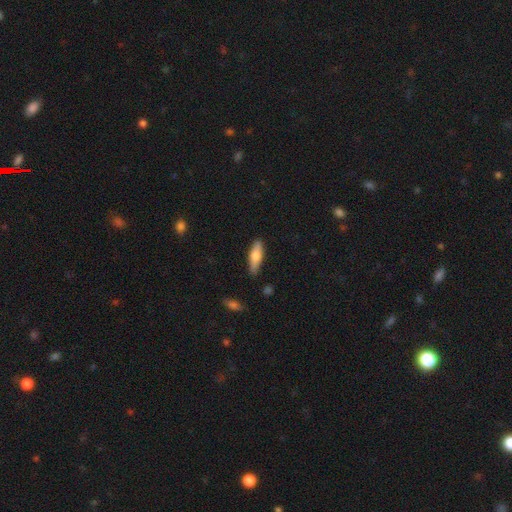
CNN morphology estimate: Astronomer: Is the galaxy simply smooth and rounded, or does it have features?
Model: smooth — 66%.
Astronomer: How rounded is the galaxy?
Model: cigar-shaped — 55% (runner-up: in between, 43%).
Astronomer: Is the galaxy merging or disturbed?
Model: none — 84%.